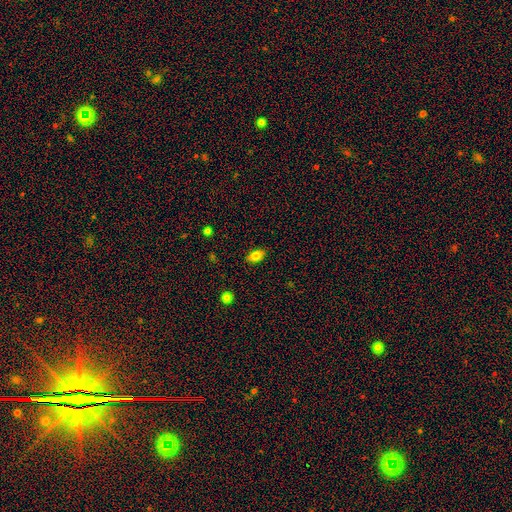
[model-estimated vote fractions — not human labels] smooth_or_featured: smooth (p=0.80) [alt: featured or disk p=0.11]
how_rounded: in between (p=0.90) [alt: round p=0.07]
merging: none (p=0.87) [alt: minor disturbance p=0.10]